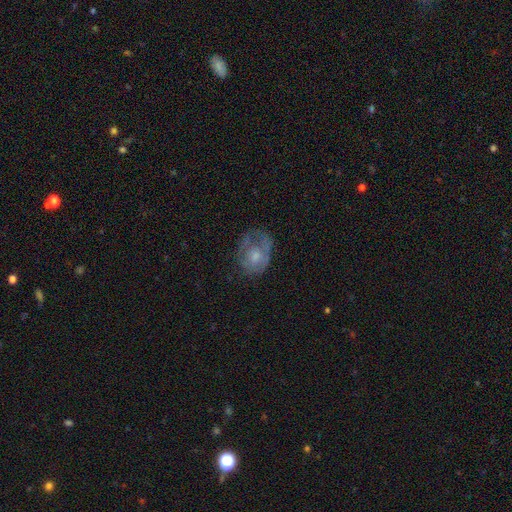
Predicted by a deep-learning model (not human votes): The model was most divided on "smooth or featured": featured or disk: 47%, smooth: 44%, star or artifact: 9%. Remaining: merging — none (44%).